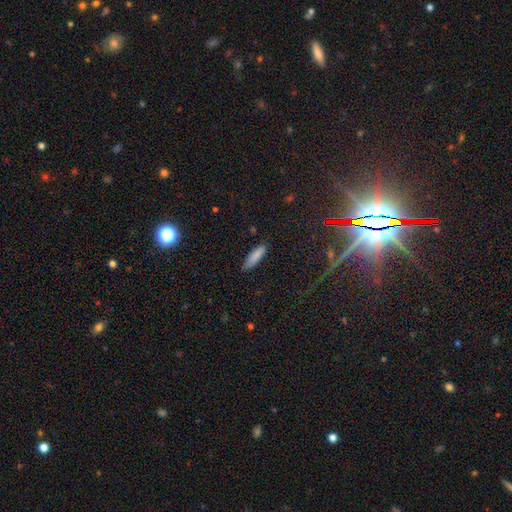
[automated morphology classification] A smooth galaxy with no disk features (85%) that is cigar-shaped (60%). Merging: none (85%).